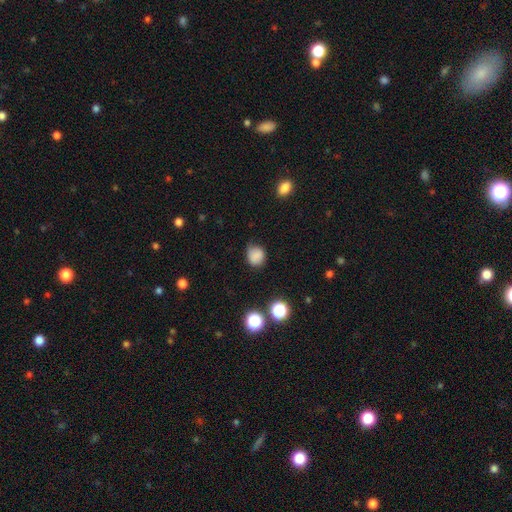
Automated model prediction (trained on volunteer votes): smooth 82%, star or artifact 12%, featured or disk 6%. Down the decision tree: how rounded — round (75%); merging — none (68%).